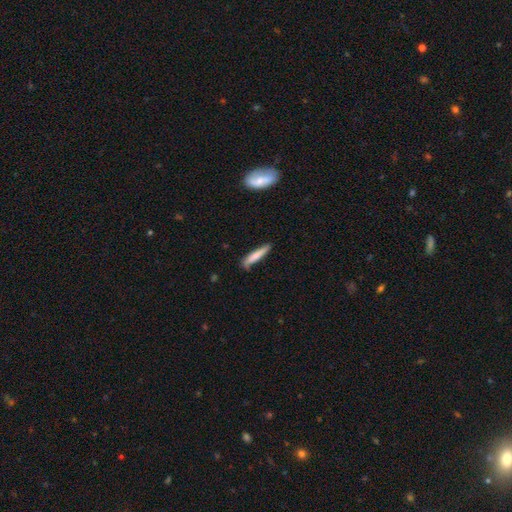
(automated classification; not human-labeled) Q: Smooth or featured?
A: smooth (72%); runner-up: featured or disk (22%)
Q: How rounded?
A: cigar-shaped (90%); runner-up: in between (9%)
Q: Merging?
A: none (74%); runner-up: minor disturbance (20%)